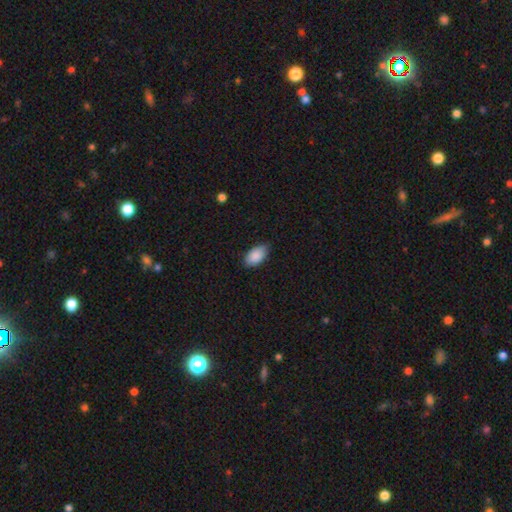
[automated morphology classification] A smooth galaxy with no disk features (89%) that is in between round and cigar-shaped (94%). Merging: none (77%).